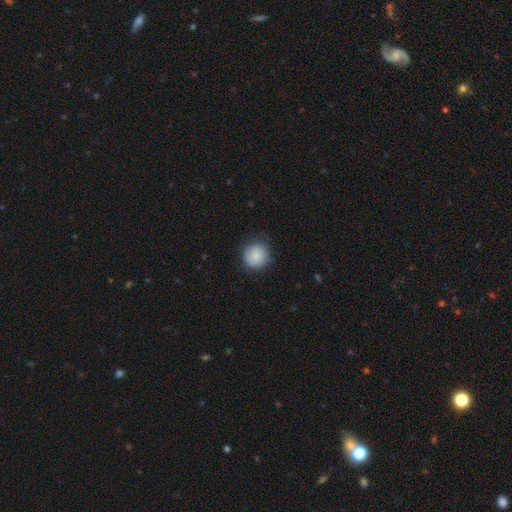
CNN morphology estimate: Q: Smooth or featured?
A: smooth (86%); runner-up: star or artifact (8%)
Q: How rounded?
A: round (91%); runner-up: in between (8%)
Q: Merging?
A: none (81%); runner-up: minor disturbance (15%)